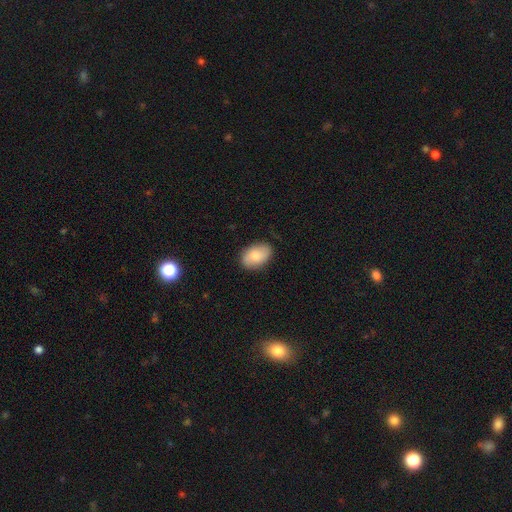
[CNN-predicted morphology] A smooth galaxy with no disk features (76%) that is in between round and cigar-shaped (86%).

Vote fractions:
- Smooth or featured? smooth: 76% / featured or disk: 18% / star or artifact: 6%
- How rounded? in between: 86% / round: 13% / cigar-shaped: 1%
- Merging? none: 83% / minor disturbance: 13% / major disturbance: 3% / merger: 1%